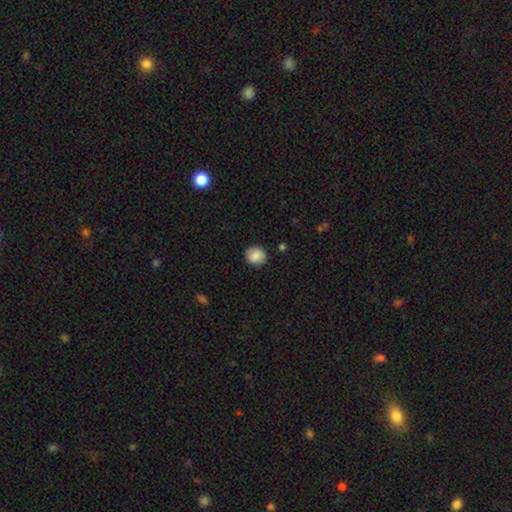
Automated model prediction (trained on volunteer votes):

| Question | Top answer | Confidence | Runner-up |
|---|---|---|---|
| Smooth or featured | smooth | 86% | star or artifact (8%) |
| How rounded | round | 83% | in between (16%) |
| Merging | none | 89% | minor disturbance (8%) |